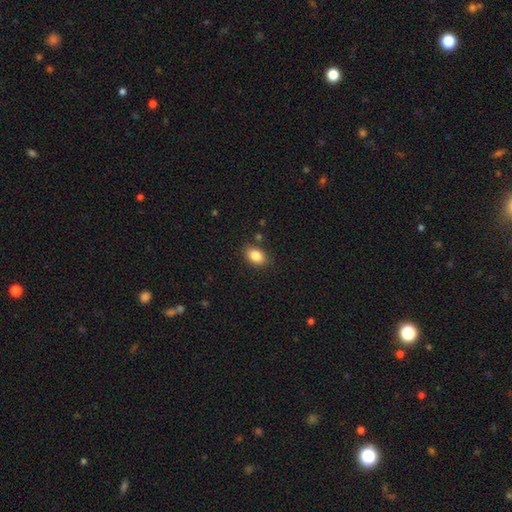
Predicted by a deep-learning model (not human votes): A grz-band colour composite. It shows a smooth galaxy with no disk features (85%) that is in between round and cigar-shaped (83%). Merging: none (84%).